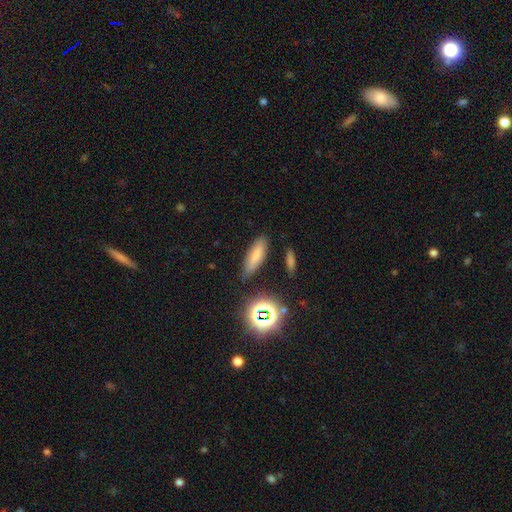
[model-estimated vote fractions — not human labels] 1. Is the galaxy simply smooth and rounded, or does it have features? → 74% smooth, 14% star or artifact, 12% featured or disk.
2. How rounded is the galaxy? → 50% cigar-shaped, 46% in between, 4% round.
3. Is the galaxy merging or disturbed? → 79% none, 14% minor disturbance, 4% major disturbance, 4% merger.